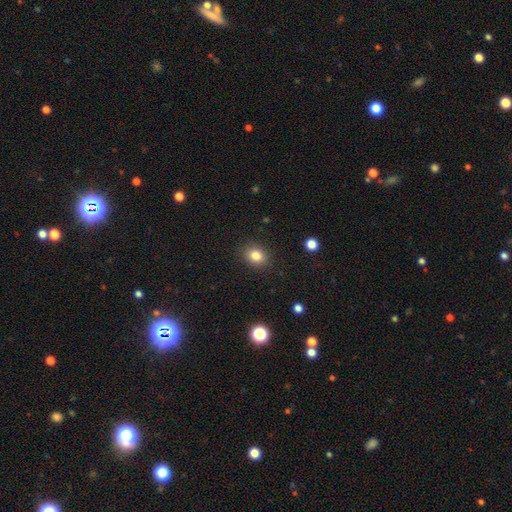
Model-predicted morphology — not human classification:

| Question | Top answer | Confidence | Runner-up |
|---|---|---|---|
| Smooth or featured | smooth | 83% | star or artifact (11%) |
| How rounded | round | 59% | in between (40%) |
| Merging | none | 89% | minor disturbance (8%) |